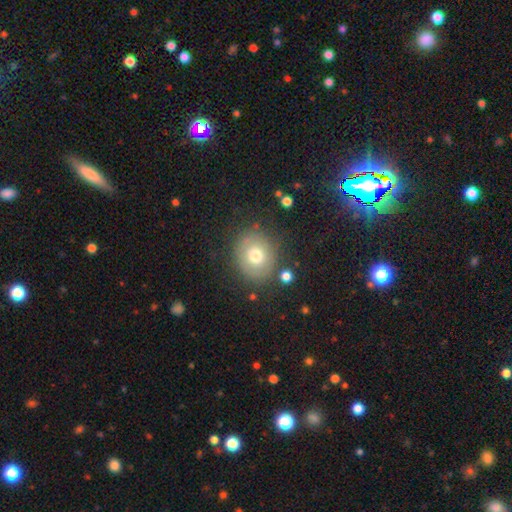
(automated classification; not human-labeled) Smooth or featured: smooth — 70% (featured or disk — 19%)
How rounded: round — 67% (in between — 32%)
Merging: none — 78% (minor disturbance — 13%)